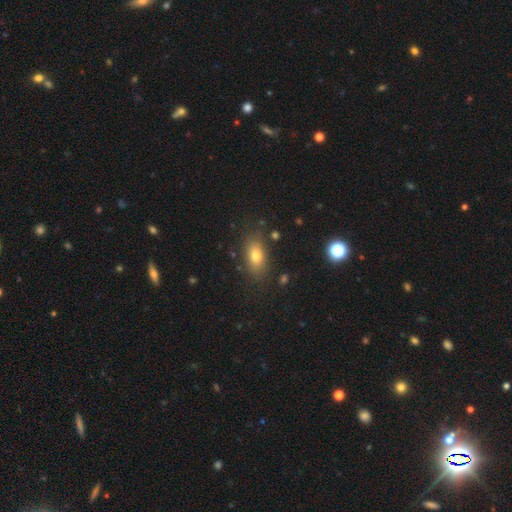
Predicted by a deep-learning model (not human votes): A smooth galaxy with no disk features (75%) that is in between round and cigar-shaped (83%).

Vote fractions:
- Smooth or featured? smooth: 75% / featured or disk: 14% / star or artifact: 11%
- How rounded? in between: 83% / round: 10% / cigar-shaped: 7%
- Merging? none: 82% / minor disturbance: 12% / major disturbance: 4% / merger: 2%